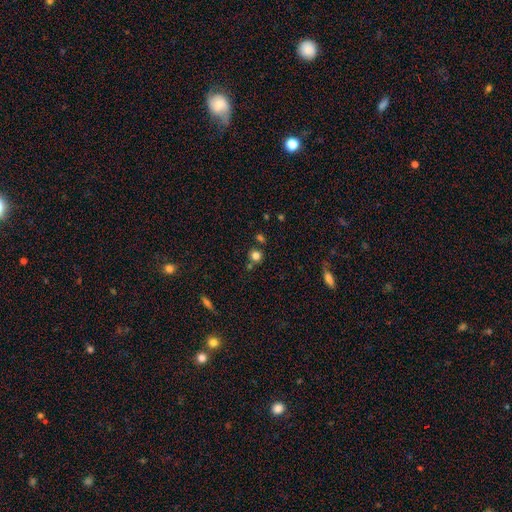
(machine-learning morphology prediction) A smooth galaxy with no disk features (79%) that is round (88%).

Vote fractions:
- Smooth or featured? smooth: 79% / star or artifact: 15% / featured or disk: 7%
- How rounded? round: 88% / in between: 10% / cigar-shaped: 1%
- Merging? none: 73% / merger: 14% / minor disturbance: 10% / major disturbance: 3%